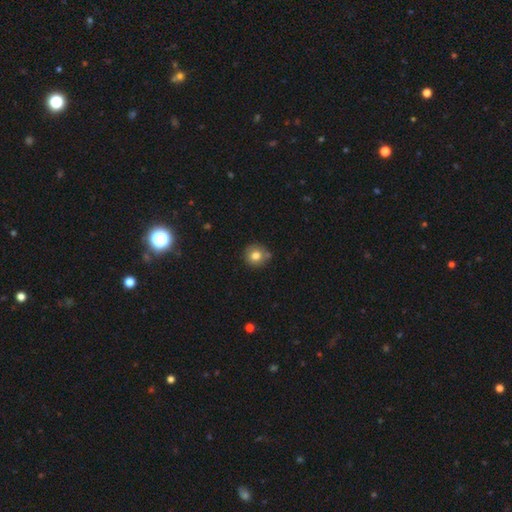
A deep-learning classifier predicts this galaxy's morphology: A smooth galaxy with no disk features (79%) that is round (89%).

Vote fractions:
- Smooth or featured? smooth: 79% / featured or disk: 11% / star or artifact: 10%
- How rounded? round: 89% / in between: 10% / cigar-shaped: 1%
- Merging? none: 75% / minor disturbance: 15% / merger: 6% / major disturbance: 3%